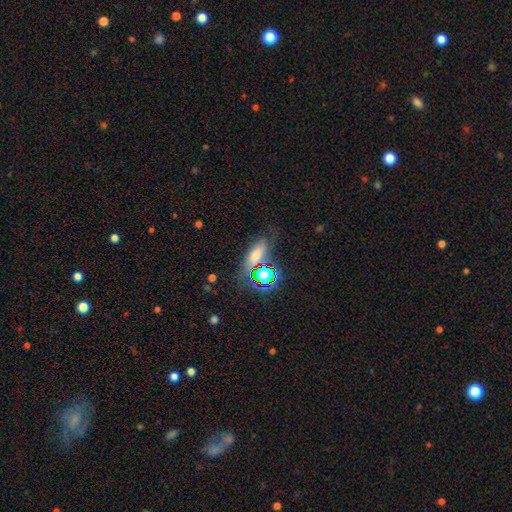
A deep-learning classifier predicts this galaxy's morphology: This is possibly a smooth galaxy (49%). Merging: likely none (62%).